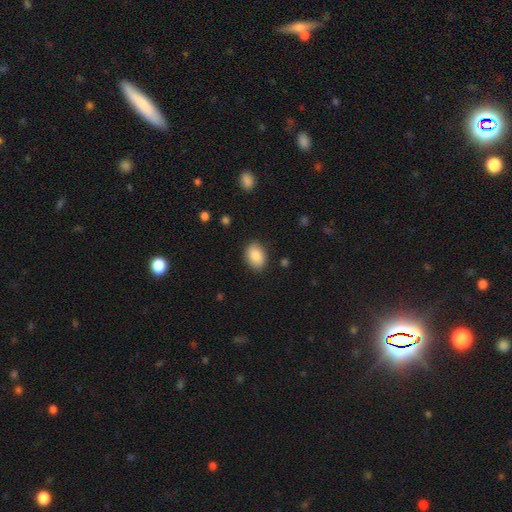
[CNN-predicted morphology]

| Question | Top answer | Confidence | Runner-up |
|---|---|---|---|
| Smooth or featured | smooth | 87% | star or artifact (7%) |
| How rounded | in between | 78% | round (21%) |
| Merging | none | 86% | minor disturbance (10%) |